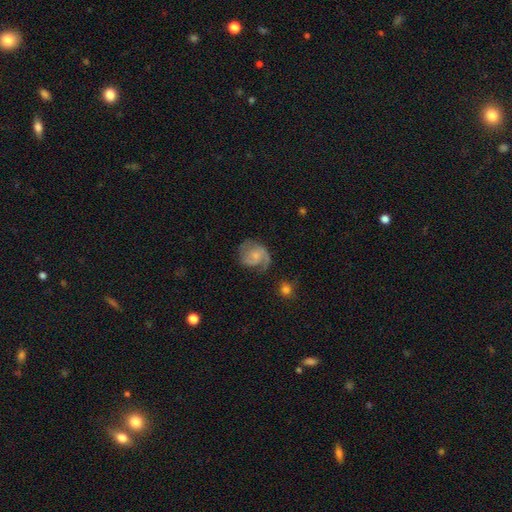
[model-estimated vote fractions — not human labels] smooth_or_featured: featured or disk (p=0.73) [alt: smooth p=0.20]
disk_edge_on: no (p=0.98) [alt: yes p=0.02]
bar: no (p=0.63) [alt: weak p=0.32]
has_spiral_arms: yes (p=0.94) [alt: no p=0.06]
spiral_winding: medium (p=0.48) [alt: tight p=0.30]
spiral_arm_count: 2 (p=0.70) [alt: 1 p=0.12]
bulge_size: small (p=0.57) [alt: moderate p=0.29]
merging: none (p=0.63) [alt: minor disturbance p=0.22]